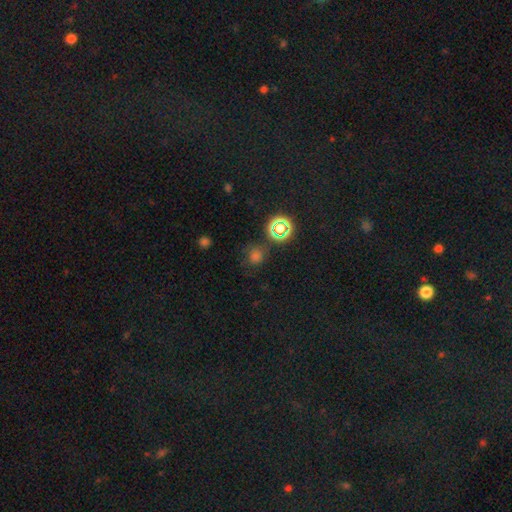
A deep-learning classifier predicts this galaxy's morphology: Smooth or featured: smooth — 59% (star or artifact — 34%)
How rounded: round — 88% (in between — 11%)
Merging: none — 74% (minor disturbance — 14%)